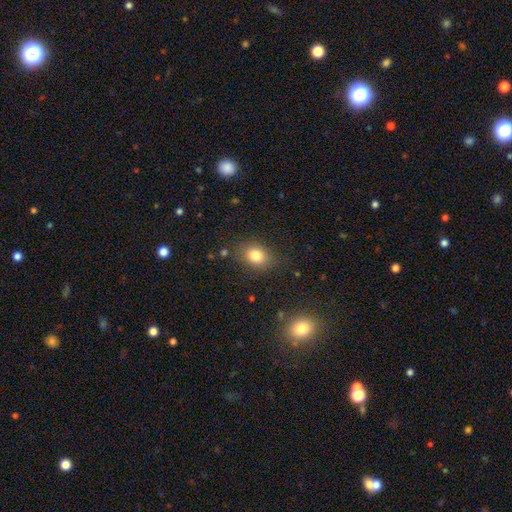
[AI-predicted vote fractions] The model was most divided on "how rounded": in between: 55%, round: 43%, cigar-shaped: 1%. More confident: smooth or featured — smooth (81%); merging — none (80%).